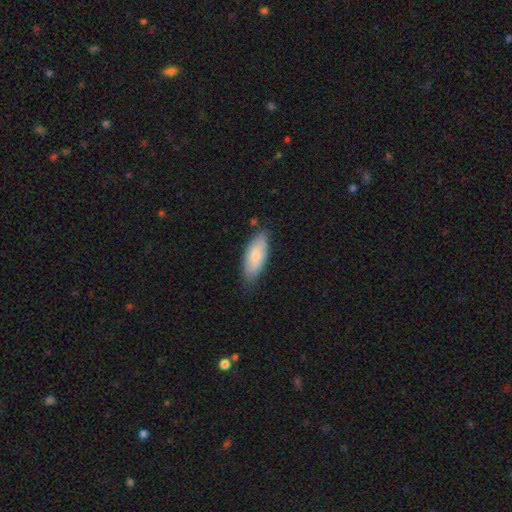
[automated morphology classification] Smooth or featured: smooth — 78% (featured or disk — 16%)
How rounded: in between — 82% (cigar-shaped — 16%)
Merging: none — 76% (minor disturbance — 19%)